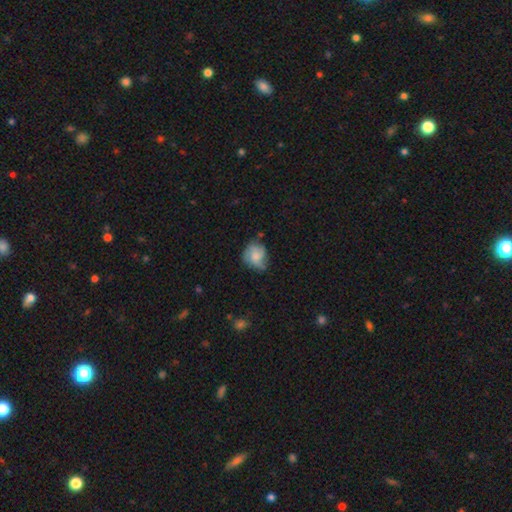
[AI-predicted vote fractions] The model was most divided on "smooth or featured": smooth: 51%, featured or disk: 41%, star or artifact: 8%. More confident: how rounded — round (61%); merging — none (55%).